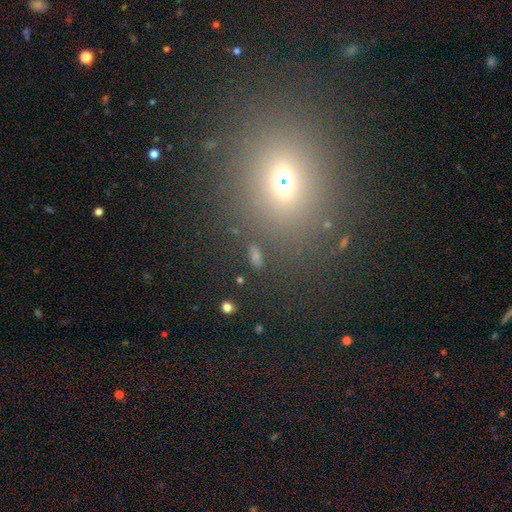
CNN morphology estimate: Q: Smooth or featured?
A: smooth (49%); runner-up: star or artifact (37%)
Q: Merging?
A: none (72%); runner-up: merger (13%)